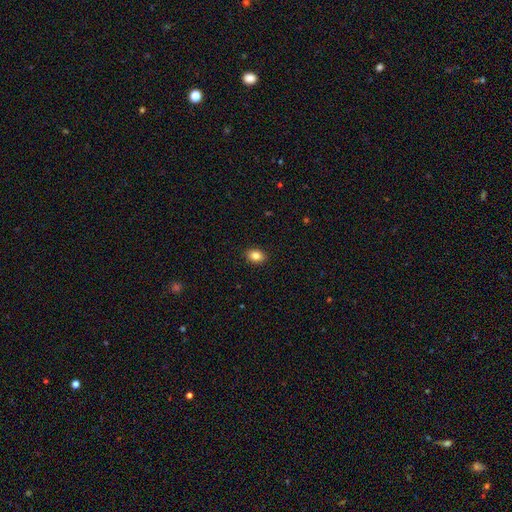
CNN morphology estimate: smooth_or_featured: smooth (p=0.84) [alt: star or artifact p=0.09]
how_rounded: in between (p=0.67) [alt: round p=0.32]
merging: none (p=0.90) [alt: minor disturbance p=0.07]